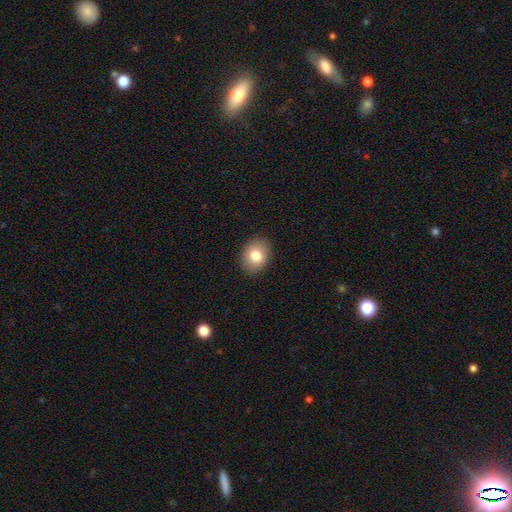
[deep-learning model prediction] A smooth galaxy with no disk features (80%) that is in between round and cigar-shaped (57%).

Vote fractions:
- Smooth or featured? smooth: 80% / featured or disk: 11% / star or artifact: 9%
- How rounded? in between: 57% / round: 42% / cigar-shaped: 1%
- Merging? none: 89% / minor disturbance: 8% / major disturbance: 2% / merger: 1%